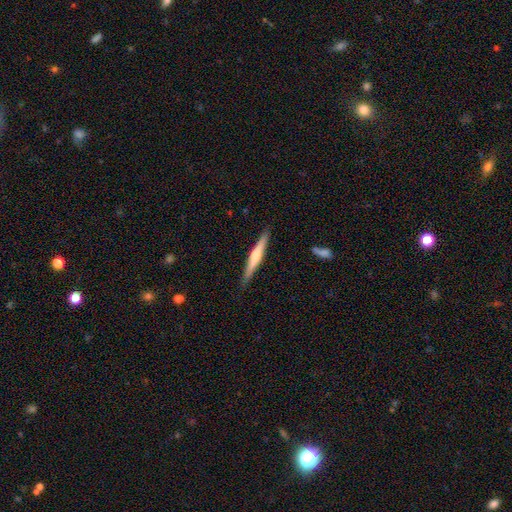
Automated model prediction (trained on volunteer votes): This appears to be a featured or disk galaxy (60%) viewed edge-on (97%) with a rounded central bulge (81%). Merging: none (89%).